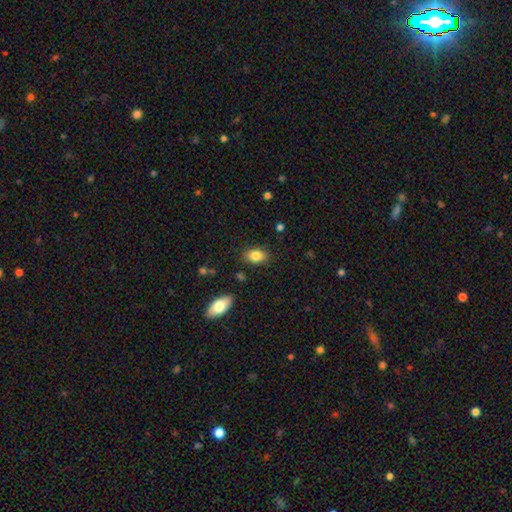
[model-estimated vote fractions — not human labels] This is clearly a smooth galaxy (85%). How rounded: clearly in between (84%). Merging: clearly none (84%).